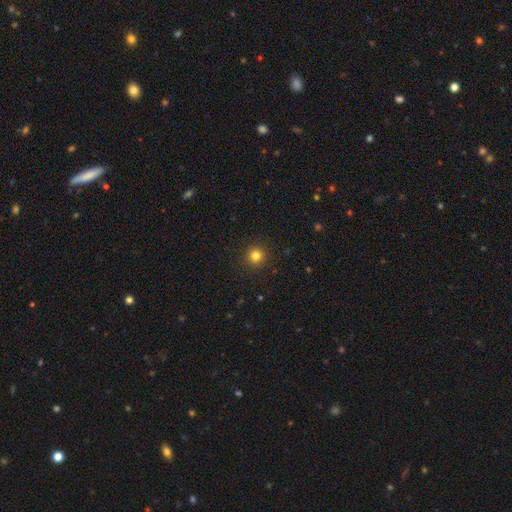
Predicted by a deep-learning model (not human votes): Q: Smooth or featured?
A: smooth (81%); runner-up: star or artifact (14%)
Q: How rounded?
A: round (95%); runner-up: in between (4%)
Q: Merging?
A: none (92%); runner-up: minor disturbance (5%)